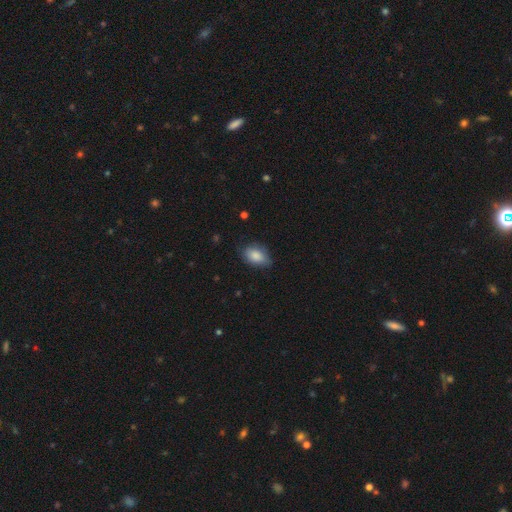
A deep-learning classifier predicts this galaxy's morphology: smooth-or-featured: smooth: 85% | featured or disk: 8% | star or artifact: 7%
  how-rounded: in between: 89% | round: 9% | cigar-shaped: 2%
  merging: none: 69% | minor disturbance: 25% | major disturbance: 5% | merger: 1%